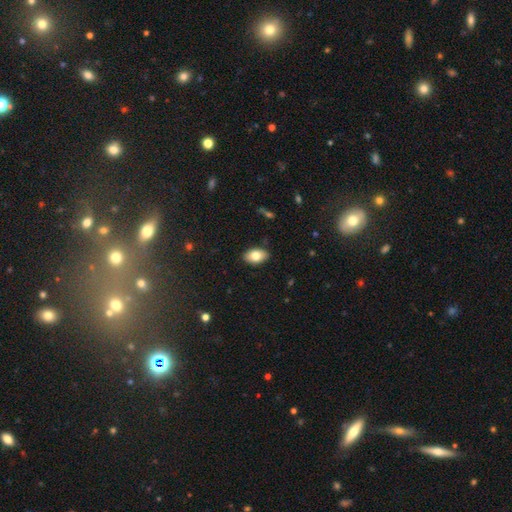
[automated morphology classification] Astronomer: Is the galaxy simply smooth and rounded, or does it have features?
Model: smooth — 79%.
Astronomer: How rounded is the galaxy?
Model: in between — 92%.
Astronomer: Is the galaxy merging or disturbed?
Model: none — 88%.